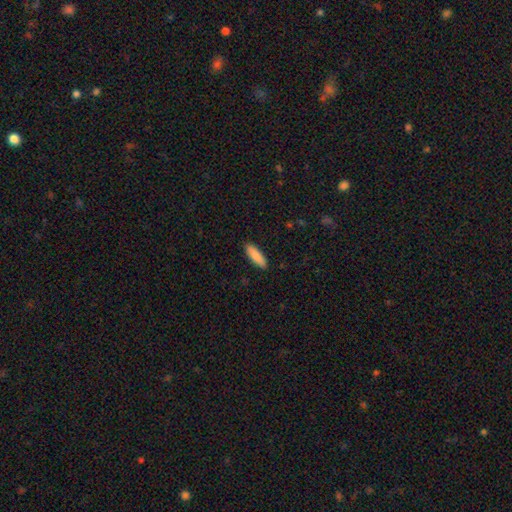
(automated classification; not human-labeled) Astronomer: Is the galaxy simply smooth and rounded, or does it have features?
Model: smooth — 88%.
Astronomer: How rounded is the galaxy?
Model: cigar-shaped — 53% (runner-up: in between, 45%).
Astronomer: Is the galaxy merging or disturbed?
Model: none — 90%.